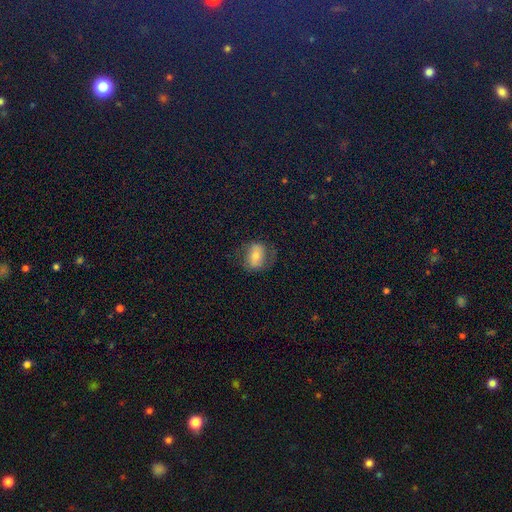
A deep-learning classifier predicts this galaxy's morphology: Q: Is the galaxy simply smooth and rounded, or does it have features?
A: smooth — 57%.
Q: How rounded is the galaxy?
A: in between — 63%.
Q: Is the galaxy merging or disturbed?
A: none — 68%.